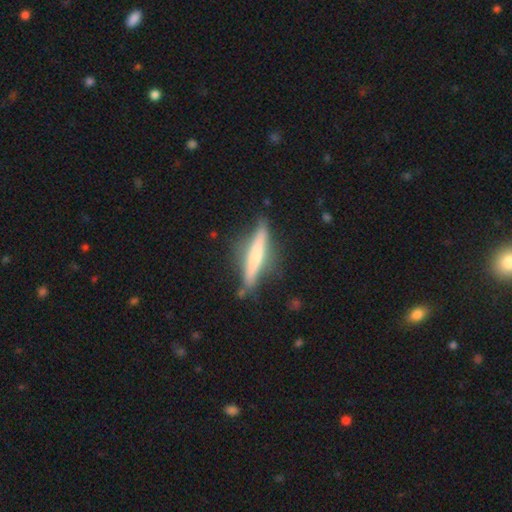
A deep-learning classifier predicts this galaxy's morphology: A smooth galaxy with no disk features (47%, tied with featured or disk).

Vote fractions:
- Smooth or featured? smooth: 47% (tied) / featured or disk: 47% (tied) / star or artifact: 6%
- Merging? none: 76% / minor disturbance: 17% / major disturbance: 4% / merger: 3%